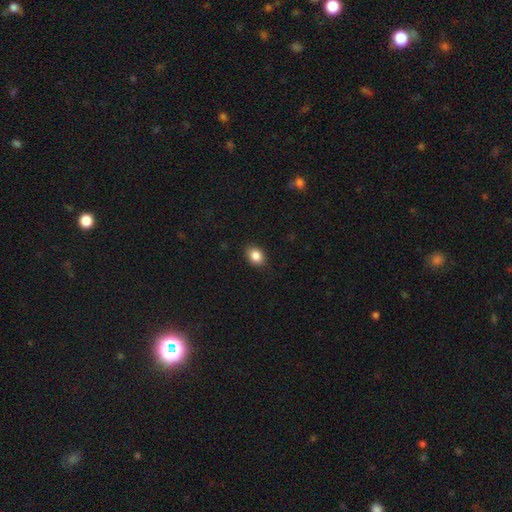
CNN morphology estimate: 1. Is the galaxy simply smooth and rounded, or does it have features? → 86% smooth, 9% star or artifact, 5% featured or disk.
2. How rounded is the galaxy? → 64% in between, 35% round, 1% cigar-shaped.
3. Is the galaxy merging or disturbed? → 87% none, 10% minor disturbance, 2% major disturbance, 1% merger.